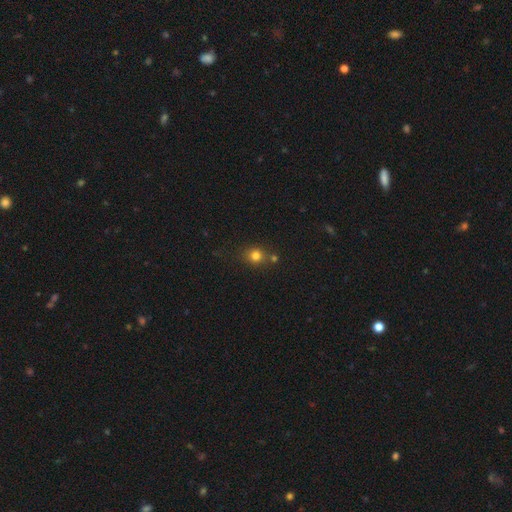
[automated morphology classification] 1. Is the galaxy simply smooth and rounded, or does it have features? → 78% smooth, 15% star or artifact, 7% featured or disk.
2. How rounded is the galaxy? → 82% round, 17% in between, 1% cigar-shaped.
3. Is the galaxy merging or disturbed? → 68% none, 17% merger, 11% minor disturbance, 4% major disturbance.